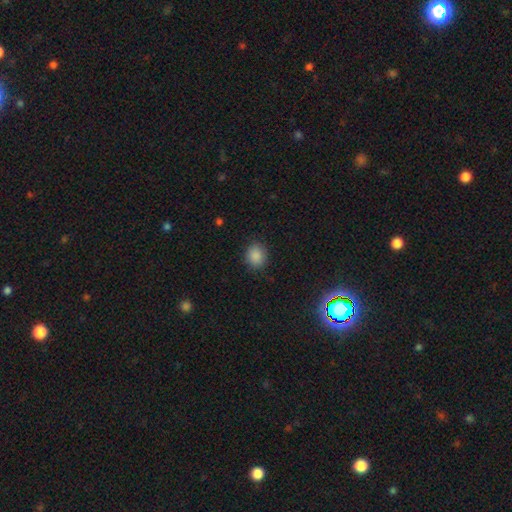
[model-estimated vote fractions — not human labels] Q: Smooth or featured?
A: smooth (86%); runner-up: star or artifact (10%)
Q: How rounded?
A: round (69%); runner-up: in between (30%)
Q: Merging?
A: none (86%); runner-up: minor disturbance (10%)